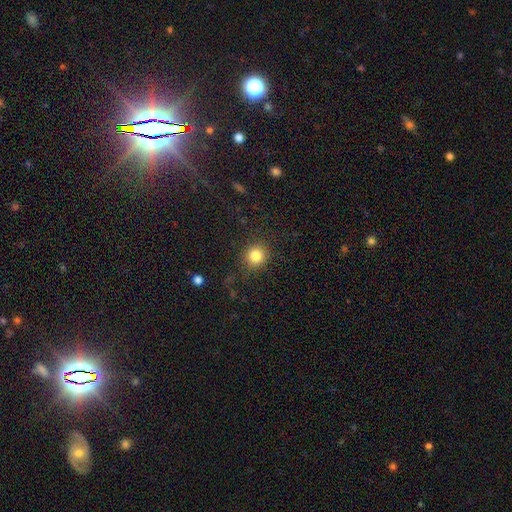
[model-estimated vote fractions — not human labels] Smooth or featured?
  - smooth: 84% *
  - star or artifact: 11%
  - featured or disk: 5%
How rounded?
  - round: 89% *
  - in between: 10%
  - cigar-shaped: 1%
Merging?
  - none: 86% *
  - minor disturbance: 9%
  - major disturbance: 4%
  - merger: 1%